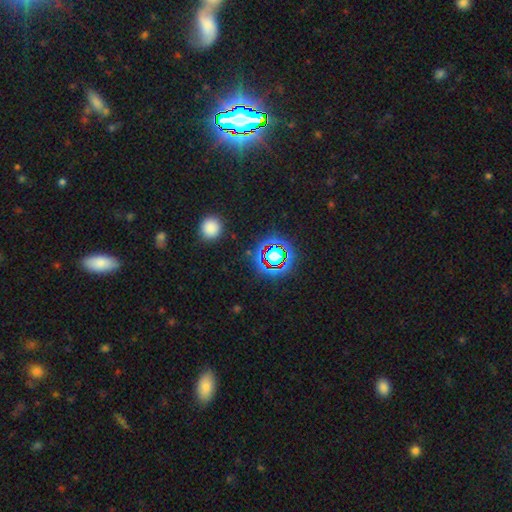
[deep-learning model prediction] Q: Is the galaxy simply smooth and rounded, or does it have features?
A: star or artifact — 75%.